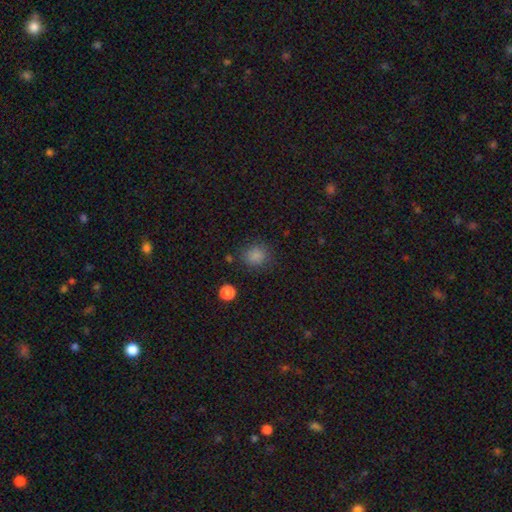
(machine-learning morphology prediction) Overall: smooth (82%). How rounded: round (83%). Merging: none (81%).